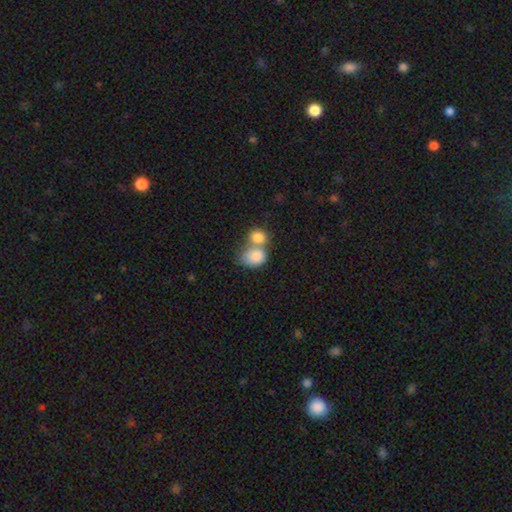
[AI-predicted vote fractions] The model was most divided on "how rounded": in between: 59%, round: 40%, cigar-shaped: 1%. More confident: smooth or featured — smooth (84%); merging — merger (64%).